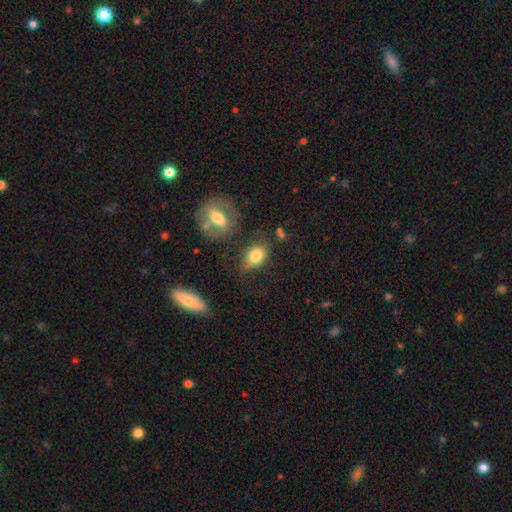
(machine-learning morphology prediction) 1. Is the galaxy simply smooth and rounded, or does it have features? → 79% smooth, 12% featured or disk, 9% star or artifact.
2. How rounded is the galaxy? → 76% in between, 22% round, 2% cigar-shaped.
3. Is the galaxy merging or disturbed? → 64% none, 20% minor disturbance, 9% merger, 7% major disturbance.